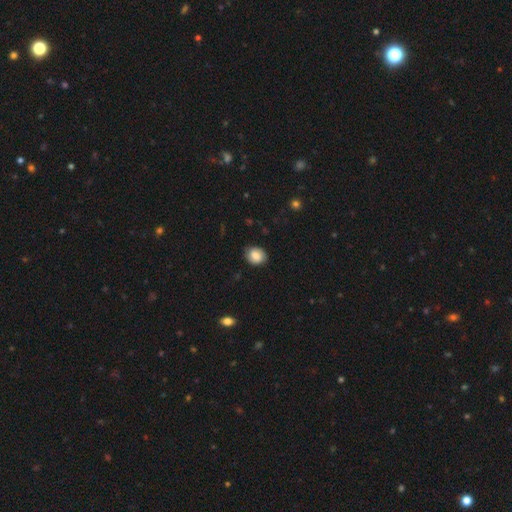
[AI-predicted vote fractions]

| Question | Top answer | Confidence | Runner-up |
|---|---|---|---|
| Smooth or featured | smooth | 84% | featured or disk (9%) |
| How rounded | round | 60% | in between (39%) |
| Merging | none | 83% | minor disturbance (13%) |